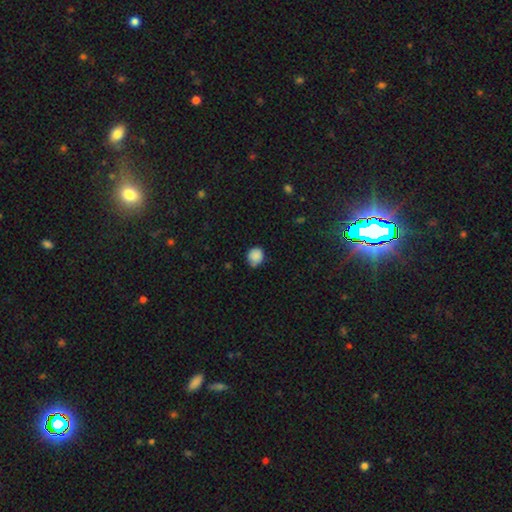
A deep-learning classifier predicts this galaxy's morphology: smooth-or-featured: smooth: 86% | star or artifact: 10% | featured or disk: 4%
  how-rounded: round: 82% | in between: 17% | cigar-shaped: 1%
  merging: none: 68% | minor disturbance: 26% | major disturbance: 4% | merger: 2%